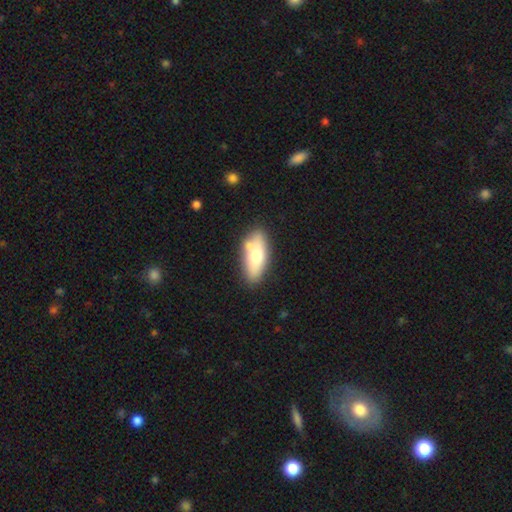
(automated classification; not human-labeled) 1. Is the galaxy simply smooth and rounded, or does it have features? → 65% smooth, 28% featured or disk, 7% star or artifact.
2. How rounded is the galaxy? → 81% in between, 16% cigar-shaped, 3% round.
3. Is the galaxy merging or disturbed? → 67% none, 16% minor disturbance, 13% merger, 4% major disturbance.